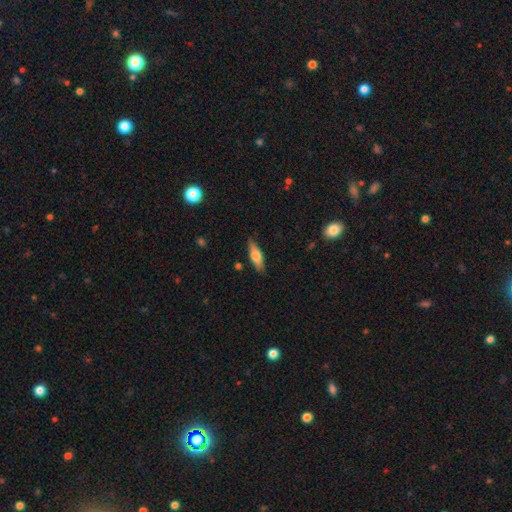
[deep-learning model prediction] Smooth or featured?
  - smooth: 59% *
  - featured or disk: 34%
  - star or artifact: 6%
How rounded?
  - in between: 49% *
  - cigar-shaped: 48%
  - round: 3%
Merging?
  - none: 84% *
  - minor disturbance: 12%
  - major disturbance: 3%
  - merger: 2%